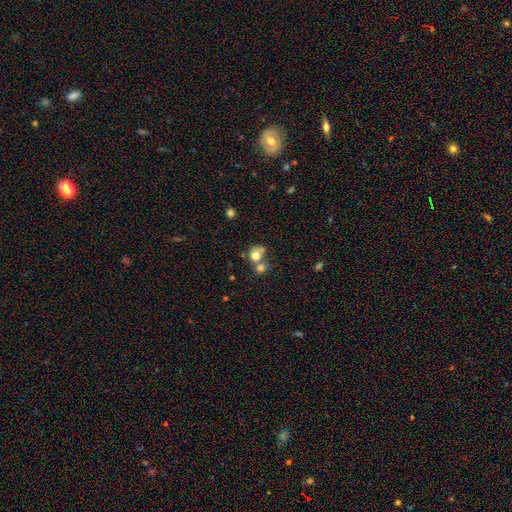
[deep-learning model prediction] This appears to be a smooth galaxy with no disk features (74%) that is round (78%). Merging: merger (54%).